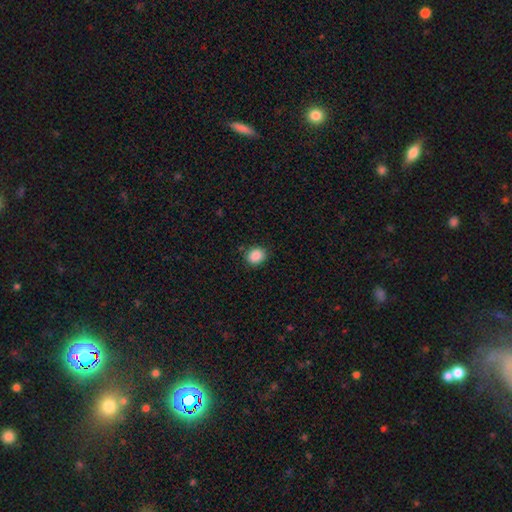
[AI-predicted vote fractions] Morphology: type=smooth (88%); roundness=round (66%); merging=none (87%).